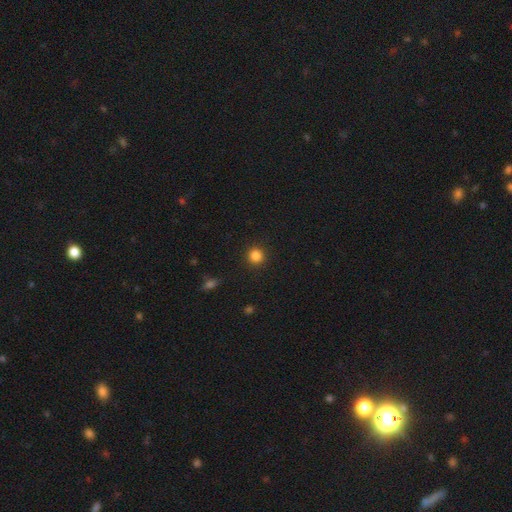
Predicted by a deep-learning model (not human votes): smooth 84%, star or artifact 12%, featured or disk 4%. Down the decision tree: how rounded — round (94%); merging — none (92%).